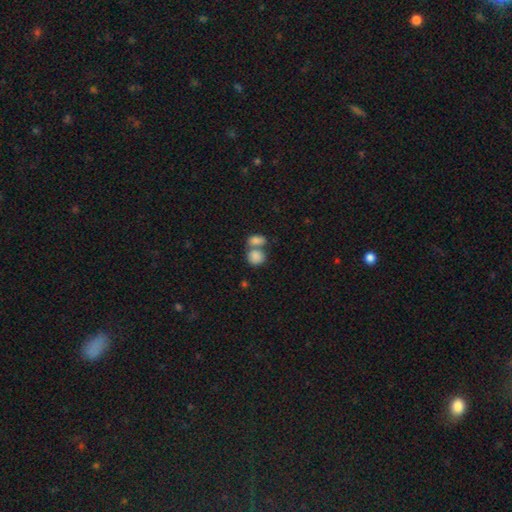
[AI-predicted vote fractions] A smooth galaxy with no disk features (84%) that is round (60%).

Vote fractions:
- Smooth or featured? smooth: 84% / star or artifact: 8% / featured or disk: 8%
- How rounded? round: 60% / in between: 39% / cigar-shaped: 1%
- Merging? merger: 56% / none: 32% / minor disturbance: 8% / major disturbance: 4%